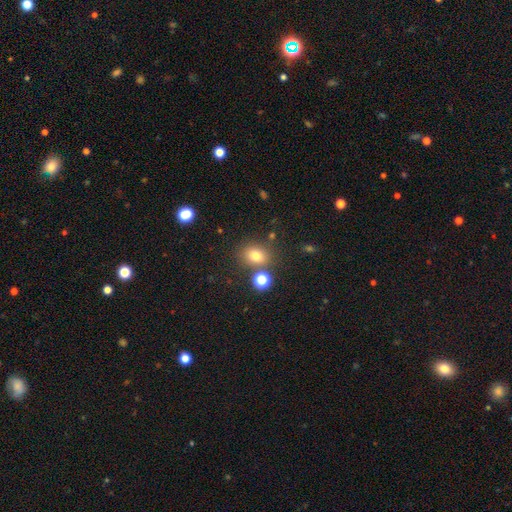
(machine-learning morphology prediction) Smooth or featured?
  - smooth: 75% *
  - star or artifact: 16%
  - featured or disk: 9%
How rounded?
  - round: 55% *
  - in between: 44%
  - cigar-shaped: 1%
Merging?
  - none: 73% *
  - merger: 11%
  - minor disturbance: 11%
  - major disturbance: 4%